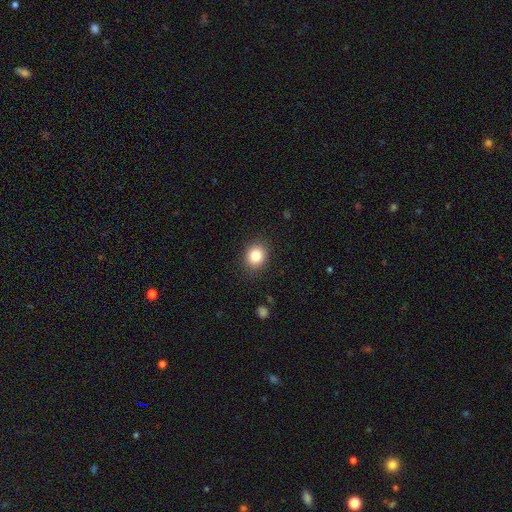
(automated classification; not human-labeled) This is clearly a smooth galaxy (84%). How rounded: likely round (68%). Merging: clearly none (88%).